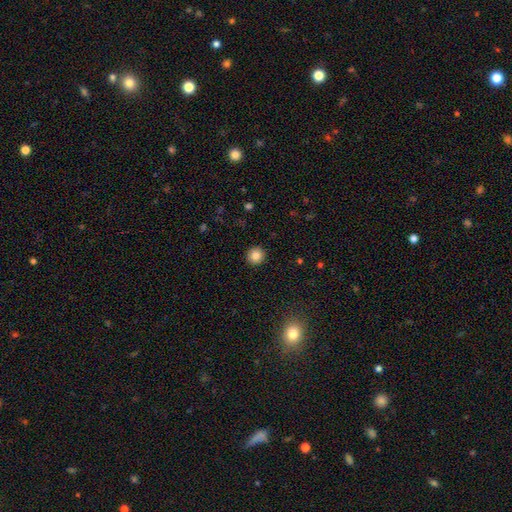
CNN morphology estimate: This appears to be a smooth galaxy with no disk features (84%) that is round (94%). Merging: none (93%).